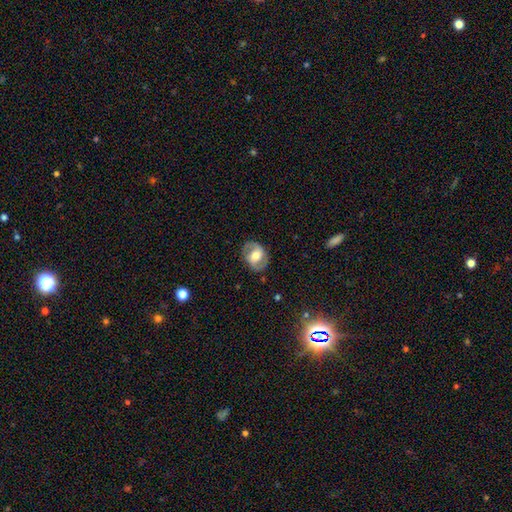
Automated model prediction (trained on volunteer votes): Smooth or featured? Predicted: featured or disk (p=0.67). Edge-on disk? Predicted: no (p=0.96). Bar? Predicted: weak (p=0.40). Spiral arms? Predicted: yes (p=0.77). Bulge size? Predicted: moderate (p=0.66). Merging? Predicted: none (p=0.82).